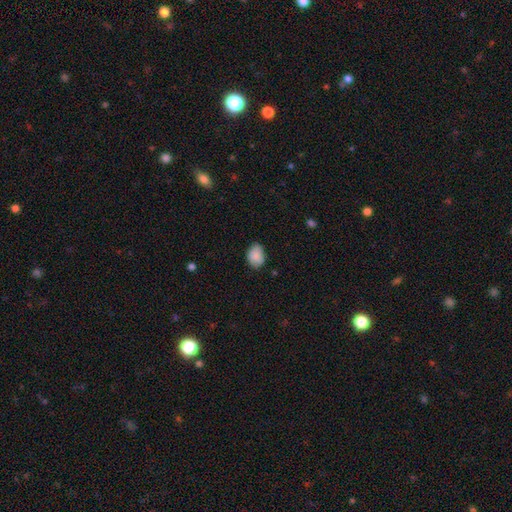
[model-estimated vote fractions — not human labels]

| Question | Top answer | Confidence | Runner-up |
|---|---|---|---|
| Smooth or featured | smooth | 88% | star or artifact (8%) |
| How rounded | in between | 72% | round (27%) |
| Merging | none | 74% | minor disturbance (21%) |